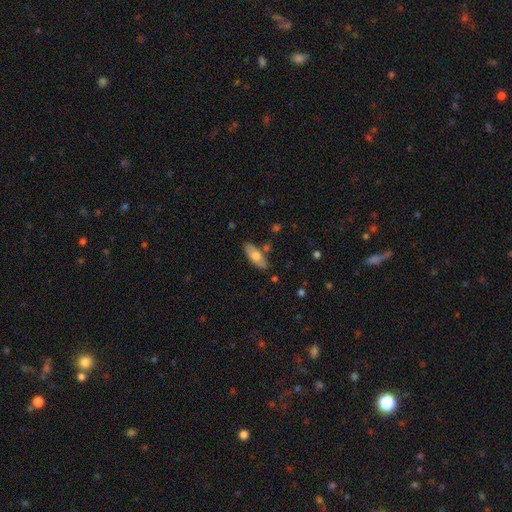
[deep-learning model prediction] This appears to be a smooth galaxy with no disk features (62%) that is in between round and cigar-shaped (77%). Merging: none (78%).